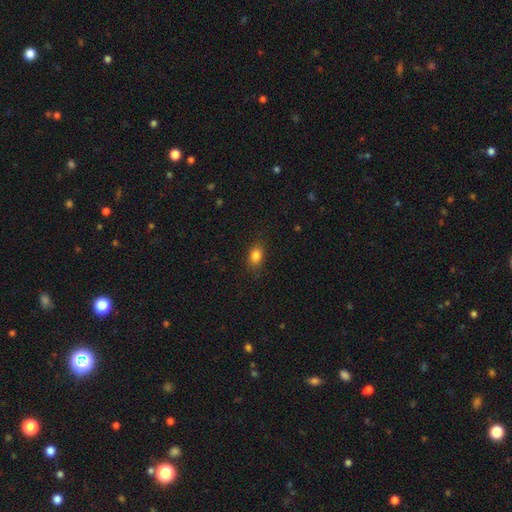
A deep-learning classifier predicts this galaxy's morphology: Smooth or featured? Predicted: smooth (p=0.84). How rounded? Predicted: in between (p=0.78). Merging? Predicted: none (p=0.82).